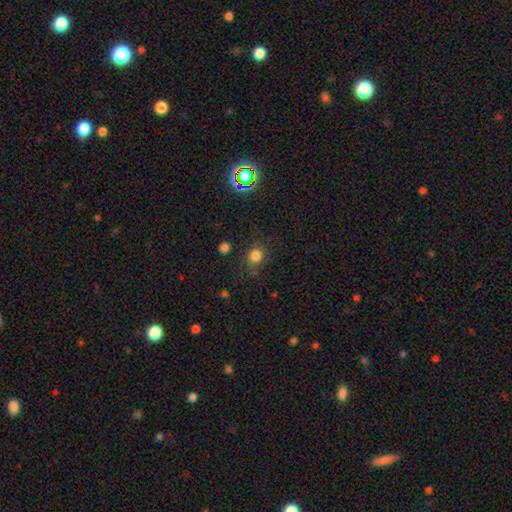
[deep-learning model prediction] smooth-or-featured: smooth: 79% | star or artifact: 16% | featured or disk: 5%
  how-rounded: round: 80% | in between: 19% | cigar-shaped: 1%
  merging: none: 76% | minor disturbance: 14% | major disturbance: 6% | merger: 3%